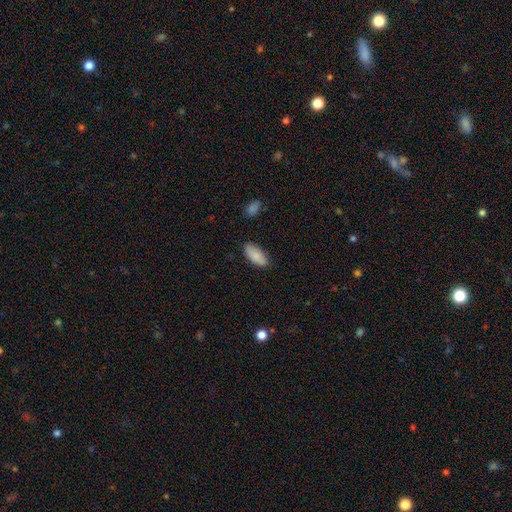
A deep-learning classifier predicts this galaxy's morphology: Overall: smooth (88%). How rounded: in between (91%). Merging: none (81%).